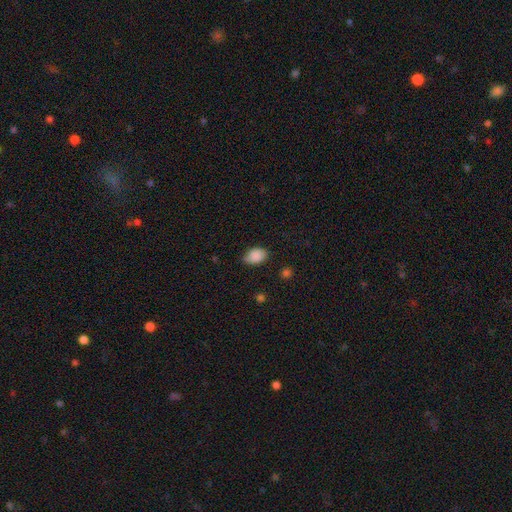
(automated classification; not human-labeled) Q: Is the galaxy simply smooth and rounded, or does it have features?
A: smooth — 87%.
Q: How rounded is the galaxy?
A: in between — 82%.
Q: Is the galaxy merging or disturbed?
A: none — 68%.